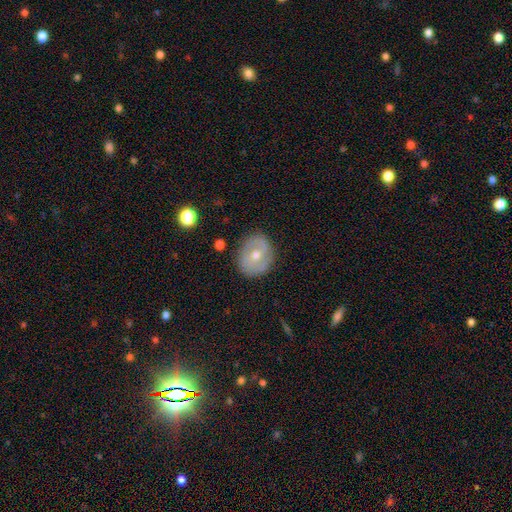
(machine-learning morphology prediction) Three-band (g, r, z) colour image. It shows a featured or disk galaxy (49%). Merging: none (82%).